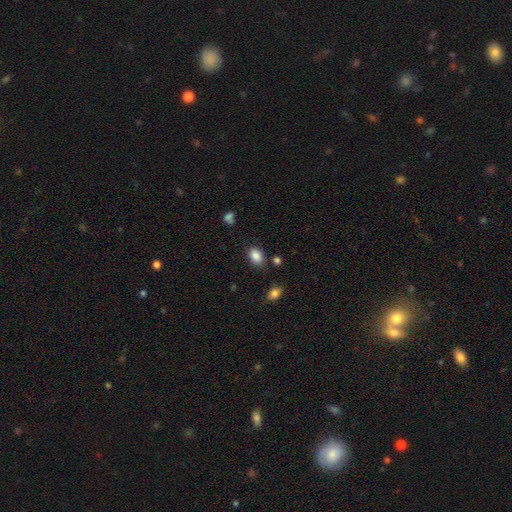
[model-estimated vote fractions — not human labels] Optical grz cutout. It shows a smooth galaxy with no disk features (87%) that is in between round and cigar-shaped (78%). Merging: none (79%).